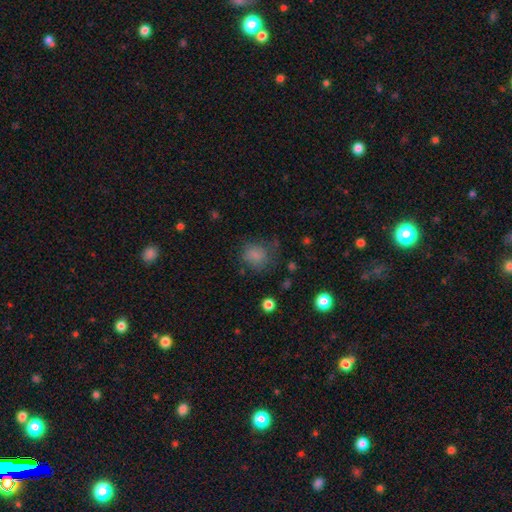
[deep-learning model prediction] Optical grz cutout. It shows a smooth galaxy with no disk features (71%) that is round (72%). Merging: none (65%).